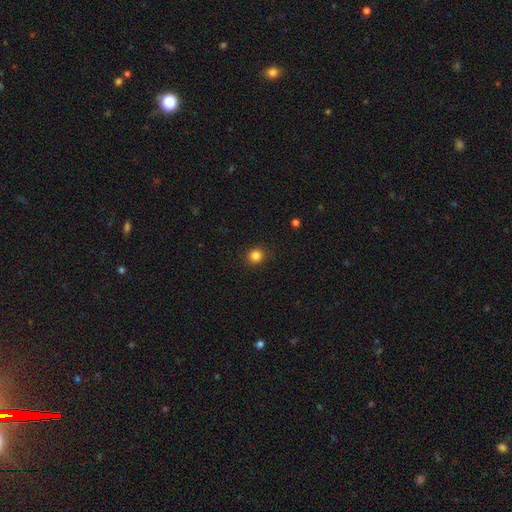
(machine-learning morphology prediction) Q: Smooth or featured?
A: smooth (84%); runner-up: star or artifact (12%)
Q: How rounded?
A: round (92%); runner-up: in between (8%)
Q: Merging?
A: none (92%); runner-up: minor disturbance (5%)